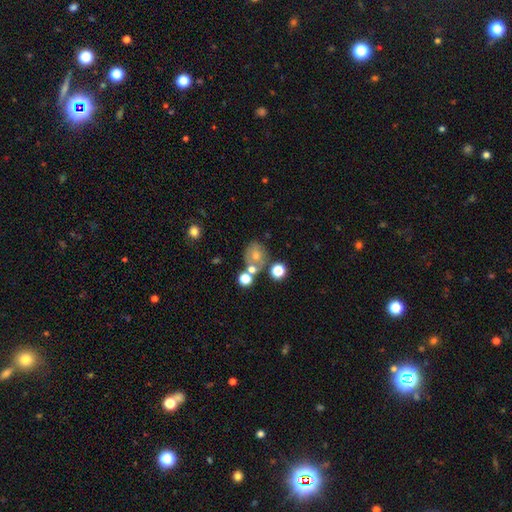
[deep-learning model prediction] Smooth or featured? Predicted: smooth (p=0.55). How rounded? Predicted: round (p=0.62). Merging? Predicted: none (p=0.55).